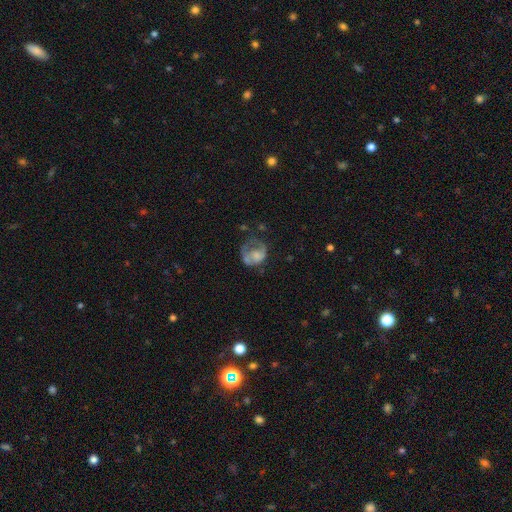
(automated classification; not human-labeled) smooth-or-featured: featured or disk: 46% | smooth: 44% | star or artifact: 10%
  merging: major disturbance: 44% | none: 26% | minor disturbance: 22% | merger: 8%